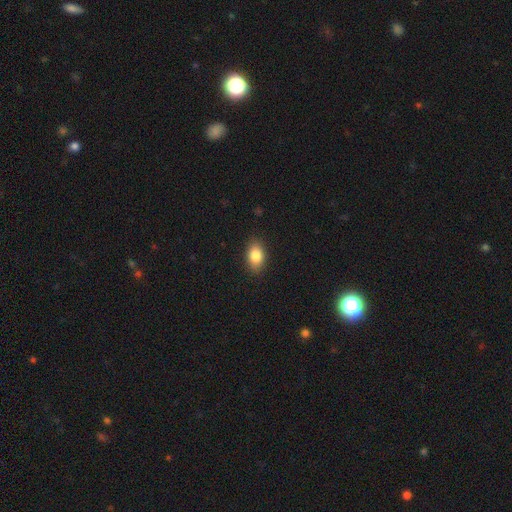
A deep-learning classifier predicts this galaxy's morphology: A smooth galaxy with no disk features (84%) that is in between round and cigar-shaped (85%).

Vote fractions:
- Smooth or featured? smooth: 84% / star or artifact: 8% / featured or disk: 8%
- How rounded? in between: 85% / round: 12% / cigar-shaped: 2%
- Merging? none: 86% / minor disturbance: 10% / major disturbance: 2% / merger: 1%